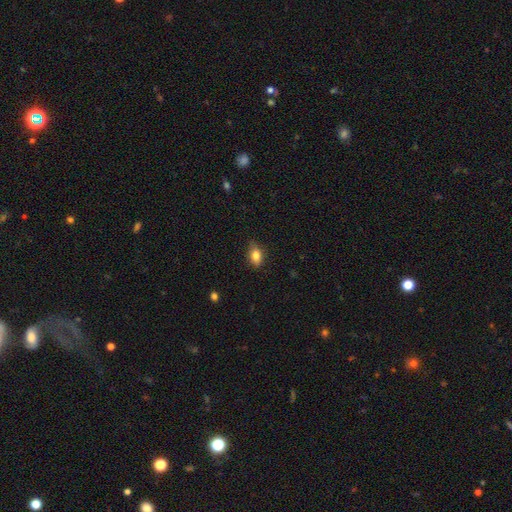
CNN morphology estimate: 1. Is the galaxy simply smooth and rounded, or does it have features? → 80% smooth, 11% featured or disk, 9% star or artifact.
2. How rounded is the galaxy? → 79% in between, 17% round, 4% cigar-shaped.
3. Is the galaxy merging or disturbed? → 74% none, 22% minor disturbance, 4% major disturbance, 1% merger.